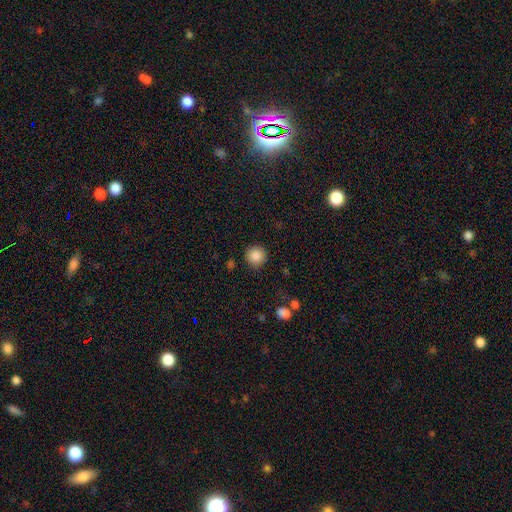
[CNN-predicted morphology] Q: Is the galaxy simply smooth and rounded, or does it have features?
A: smooth — 87%.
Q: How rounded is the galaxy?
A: round — 94%.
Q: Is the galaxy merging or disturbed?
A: none — 89%.